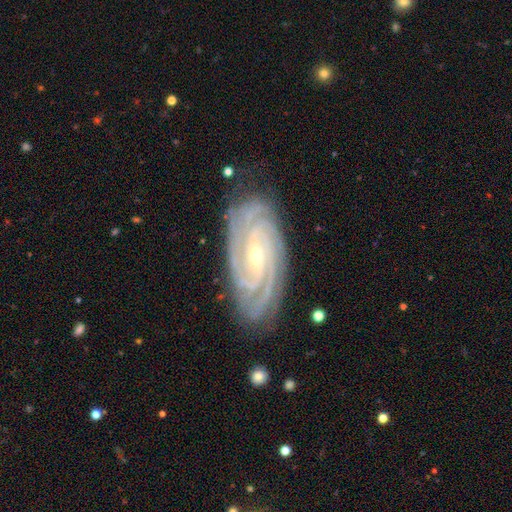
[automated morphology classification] A featured or disk galaxy (92%) with a weak bar (41%), 4 (30%) tight (78%) spiral arms (99%) and a small central bulge (73%).

Vote fractions:
- Smooth or featured? featured or disk: 92% / star or artifact: 4% / smooth: 3%
- Edge-on disk? no: 96% / yes: 4%
- Bar? weak: 41% / strong: 30% / no: 28%
- Spiral arms? yes: 99% / no: 1%
- Spiral winding? tight: 78% / medium: 19% / loose: 3%
- Spiral arm count? 4: 30% / 3: 26% / 2: 15% / can't tell: 13% / more than 4: 9% / 1: 7%
- Bulge size? small: 73% / moderate: 24% / large: 1% / none: 1% / dominant: 1%
- Merging? none: 83% / minor disturbance: 13% / major disturbance: 3% / merger: 1%